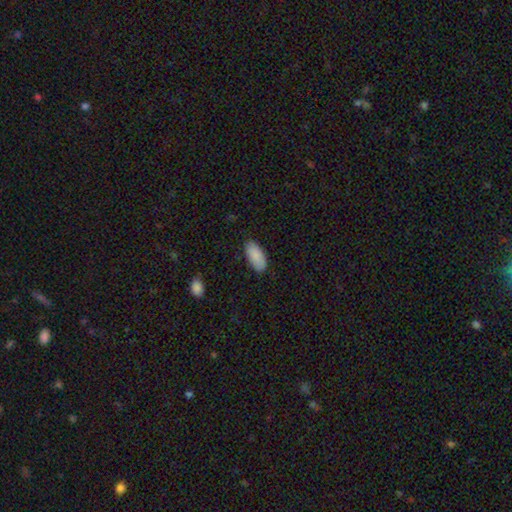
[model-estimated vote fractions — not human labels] Q: Smooth or featured?
A: smooth (89%); runner-up: star or artifact (6%)
Q: How rounded?
A: in between (92%); runner-up: cigar-shaped (7%)
Q: Merging?
A: none (85%); runner-up: minor disturbance (12%)